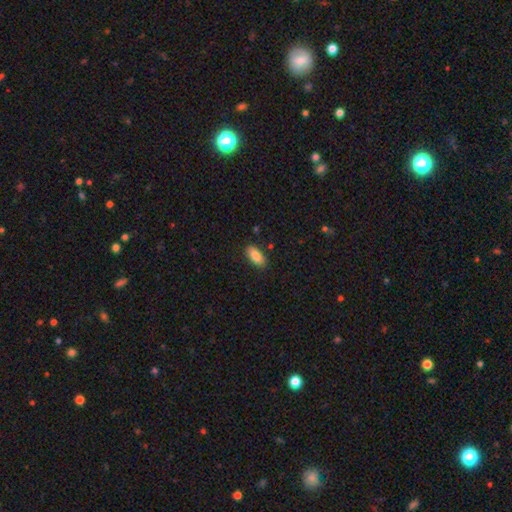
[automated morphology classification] Overall: smooth (86%). How rounded: in between (87%). Merging: none (86%).